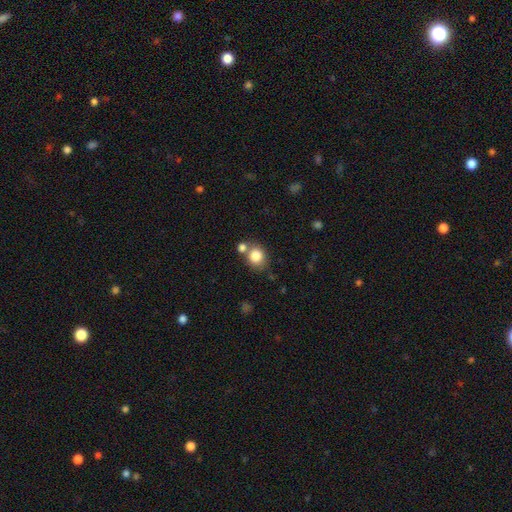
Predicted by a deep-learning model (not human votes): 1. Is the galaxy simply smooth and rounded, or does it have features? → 83% smooth, 10% star or artifact, 8% featured or disk.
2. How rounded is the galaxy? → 71% round, 28% in between, 1% cigar-shaped.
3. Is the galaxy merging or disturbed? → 62% none, 23% merger, 11% minor disturbance, 4% major disturbance.